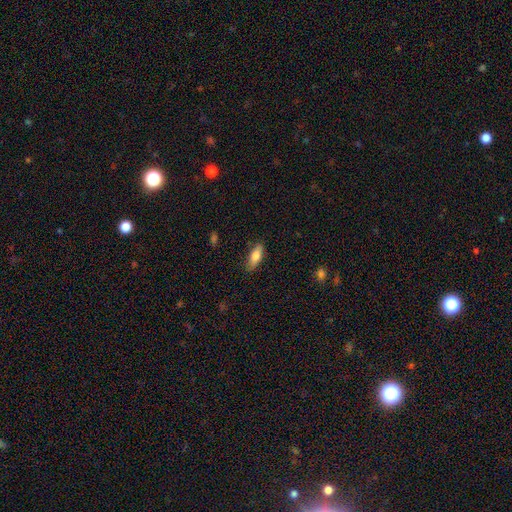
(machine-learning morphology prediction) Smooth or featured? Predicted: smooth (p=0.78). How rounded? Predicted: in between (p=0.69). Merging? Predicted: none (p=0.82).